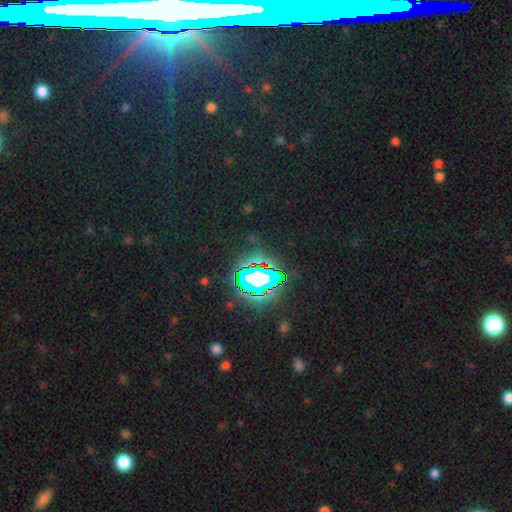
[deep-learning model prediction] A star or artifact, not a galaxy (82%).